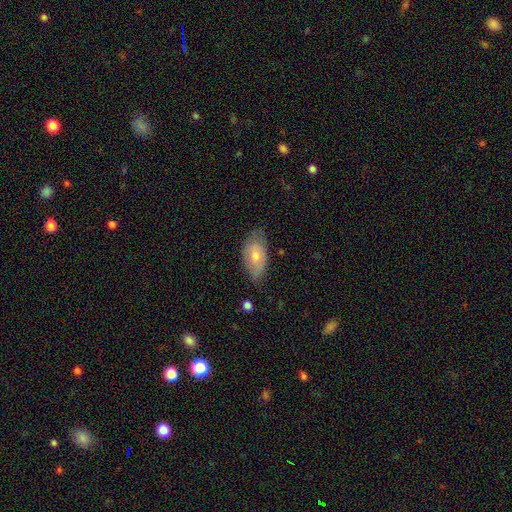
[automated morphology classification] A smooth galaxy with no disk features (64%) that is in between round and cigar-shaped (92%).

Vote fractions:
- Smooth or featured? smooth: 64% / featured or disk: 29% / star or artifact: 7%
- How rounded? in between: 92% / cigar-shaped: 4% / round: 4%
- Merging? none: 69% / minor disturbance: 25% / major disturbance: 4% / merger: 1%